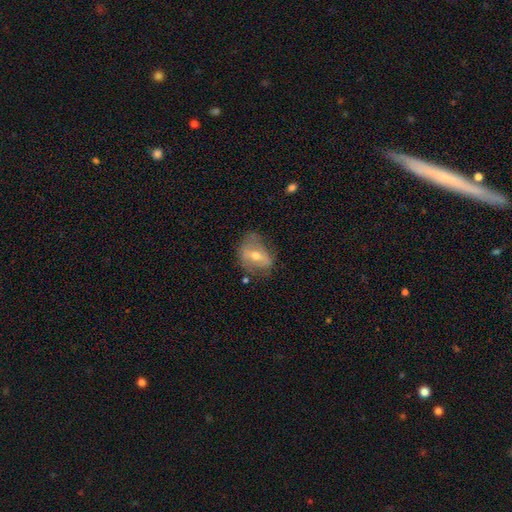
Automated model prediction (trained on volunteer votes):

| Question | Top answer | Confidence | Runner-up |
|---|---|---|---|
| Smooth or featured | featured or disk | 58% | smooth (34%) |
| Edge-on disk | no | 92% | yes (8%) |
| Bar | strong | 39% | weak (36%) |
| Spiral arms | no | 53% | yes (47%) |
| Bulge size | moderate | 64% | small (31%) |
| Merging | none | 52% | minor disturbance (29%) |